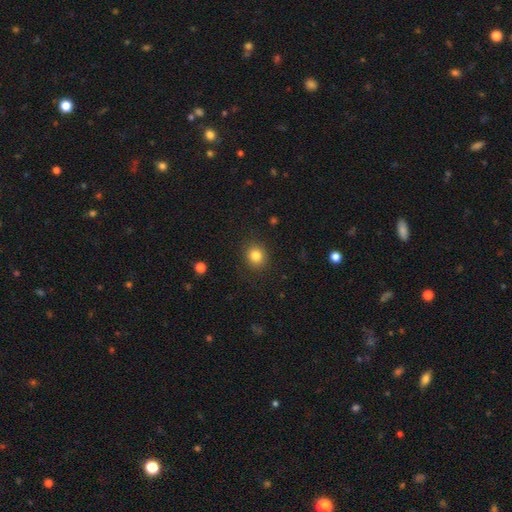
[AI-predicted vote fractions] Smooth or featured? Predicted: smooth (p=0.83). How rounded? Predicted: round (p=0.79). Merging? Predicted: none (p=0.89).